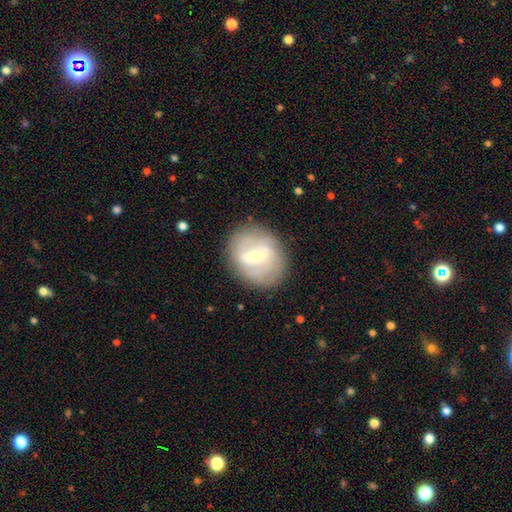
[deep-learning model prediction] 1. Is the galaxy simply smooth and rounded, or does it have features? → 62% featured or disk, 30% smooth, 8% star or artifact.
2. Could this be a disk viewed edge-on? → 94% no, 6% yes.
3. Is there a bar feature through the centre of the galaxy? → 44% weak, 40% strong, 16% no.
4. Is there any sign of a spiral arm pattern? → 53% no, 47% yes.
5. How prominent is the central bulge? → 50% small, 45% moderate, 3% large, 1% none, 1% dominant.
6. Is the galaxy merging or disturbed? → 80% none, 14% minor disturbance, 5% major disturbance, 1% merger.